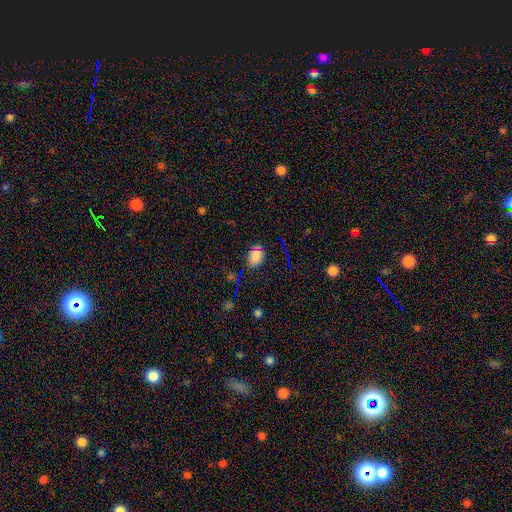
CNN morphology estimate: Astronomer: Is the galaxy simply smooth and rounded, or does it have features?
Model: smooth — 73%.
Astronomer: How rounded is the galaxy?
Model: in between — 70%.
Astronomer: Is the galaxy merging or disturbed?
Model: none — 83%.